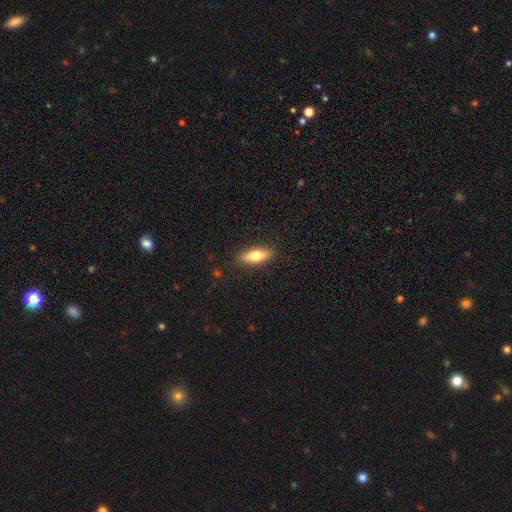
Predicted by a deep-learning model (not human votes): smooth 66%, featured or disk 27%, star or artifact 7%. Down the decision tree: how rounded — in between (67%); merging — none (88%).